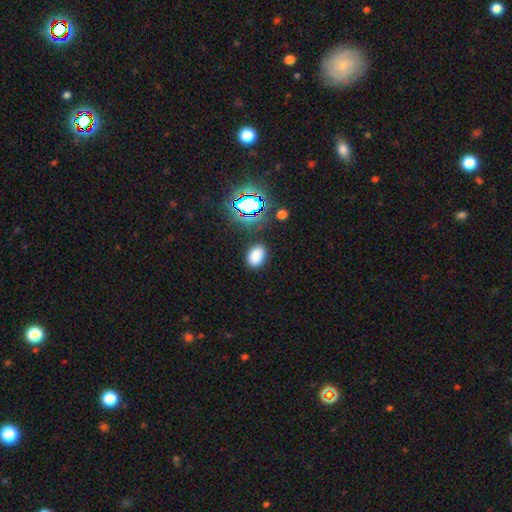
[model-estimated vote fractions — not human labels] A smooth galaxy with no disk features (78%) that is in between round and cigar-shaped (81%). Merging: none (84%).